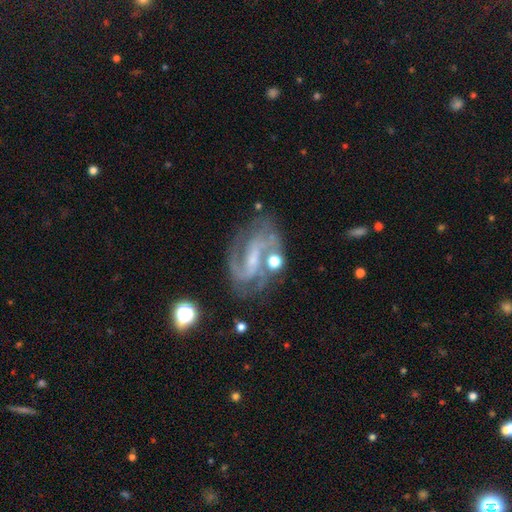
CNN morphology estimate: smooth_or_featured: featured or disk (p=0.84) [alt: star or artifact p=0.09]
disk_edge_on: no (p=0.96) [alt: yes p=0.04]
bar: weak (p=0.46) [alt: strong p=0.34]
has_spiral_arms: yes (p=0.93) [alt: no p=0.07]
spiral_winding: medium (p=0.49) [alt: tight p=0.27]
spiral_arm_count: 2 (p=0.75) [alt: can't tell p=0.10]
bulge_size: small (p=0.55) [alt: moderate p=0.23]
merging: none (p=0.63) [alt: minor disturbance p=0.17]